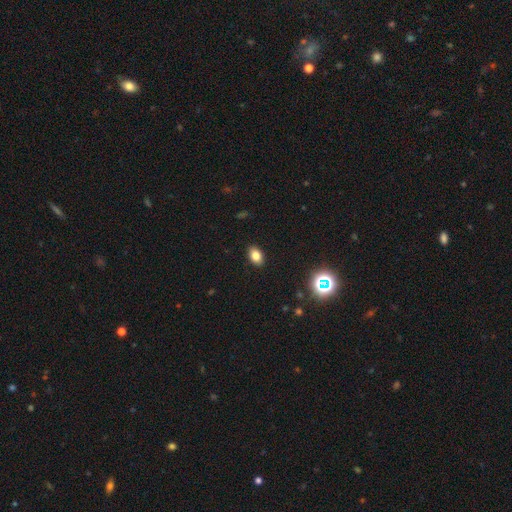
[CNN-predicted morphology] Q: Smooth or featured?
A: smooth (80%); runner-up: star or artifact (12%)
Q: How rounded?
A: in between (84%); runner-up: round (15%)
Q: Merging?
A: none (90%); runner-up: minor disturbance (7%)